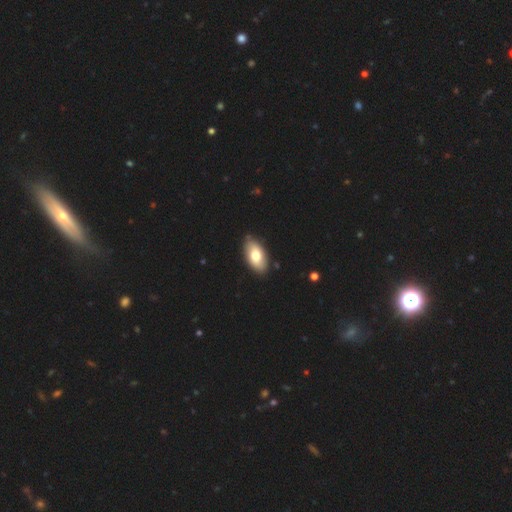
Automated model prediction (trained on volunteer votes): Q: Smooth or featured?
A: smooth (71%); runner-up: featured or disk (23%)
Q: How rounded?
A: in between (94%); runner-up: cigar-shaped (3%)
Q: Merging?
A: none (85%); runner-up: minor disturbance (11%)